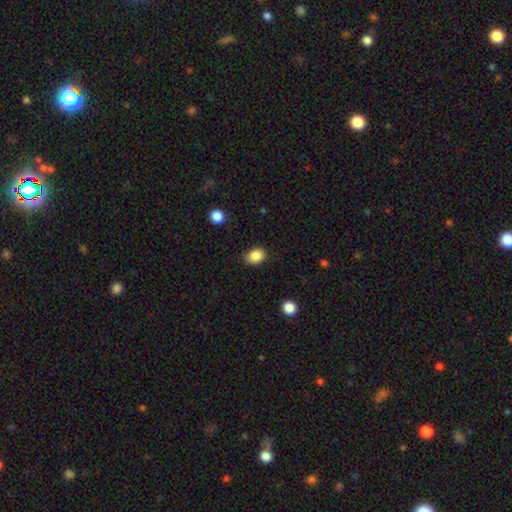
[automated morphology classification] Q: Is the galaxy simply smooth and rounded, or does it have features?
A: smooth — 87%.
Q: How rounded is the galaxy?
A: in between — 61%.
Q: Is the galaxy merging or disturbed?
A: none — 81%.